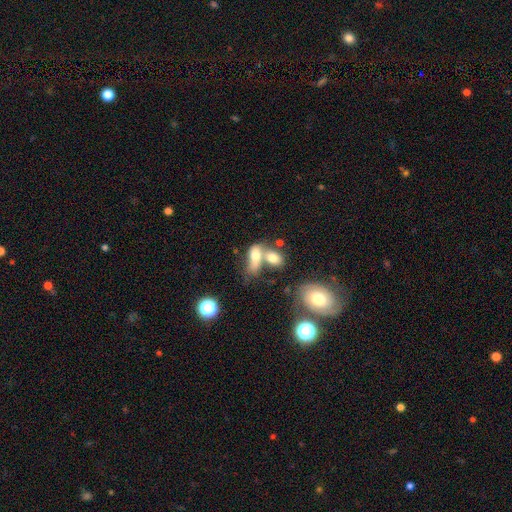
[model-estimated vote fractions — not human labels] Overall: smooth (70%). How rounded: in between (82%). Merging: merger (61%; none 21%).